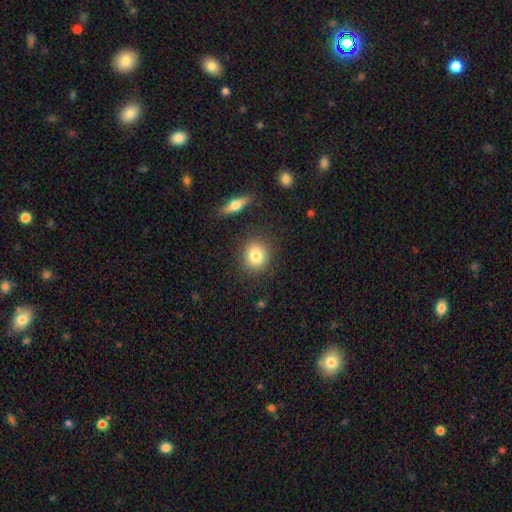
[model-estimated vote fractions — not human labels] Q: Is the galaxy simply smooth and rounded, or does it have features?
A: smooth — 81%.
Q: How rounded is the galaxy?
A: round — 78%.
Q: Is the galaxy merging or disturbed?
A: none — 85%.